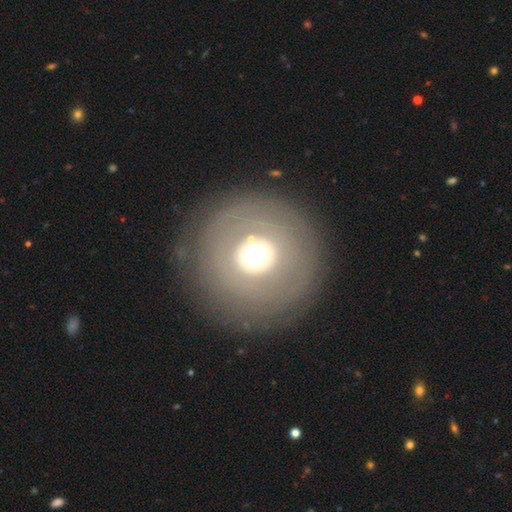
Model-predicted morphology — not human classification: Smooth or featured? Predicted: smooth (p=0.55). How rounded? Predicted: round (p=0.88). Merging? Predicted: none (p=0.83).